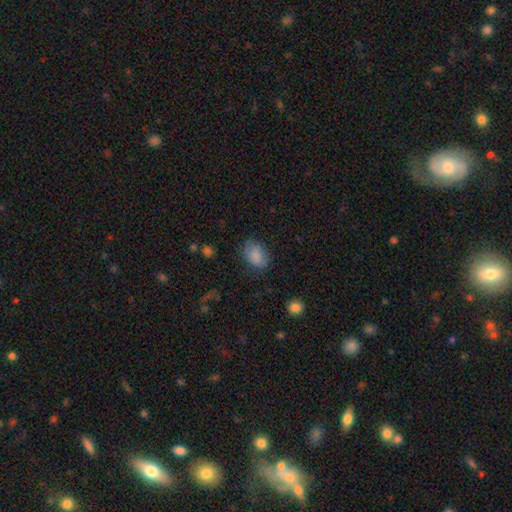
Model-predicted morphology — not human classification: Smooth or featured? Predicted: smooth (p=0.84). How rounded? Predicted: in between (p=0.79). Merging? Predicted: none (p=0.72).